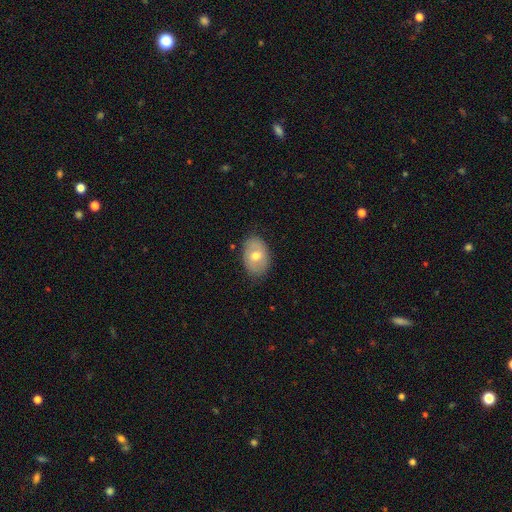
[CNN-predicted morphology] A smooth galaxy with no disk features (63%) that is in between round and cigar-shaped (81%).

Vote fractions:
- Smooth or featured? smooth: 63% / featured or disk: 30% / star or artifact: 7%
- How rounded? in between: 81% / round: 18% / cigar-shaped: 1%
- Merging? none: 81% / minor disturbance: 15% / major disturbance: 3% / merger: 1%